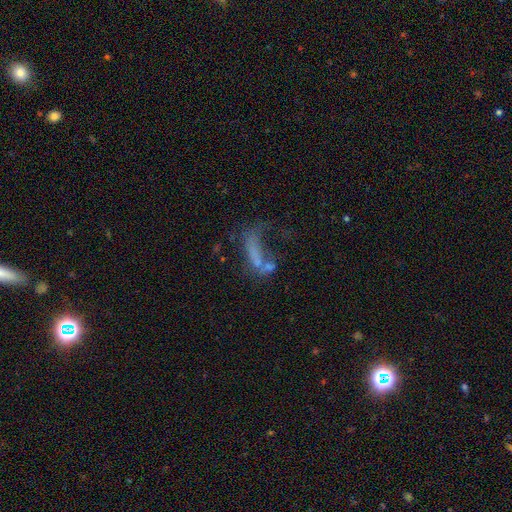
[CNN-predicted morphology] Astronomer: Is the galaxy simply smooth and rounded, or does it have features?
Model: smooth — 41% (runner-up: featured or disk, 40%).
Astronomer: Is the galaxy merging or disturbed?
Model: major disturbance — 36% (runner-up: merger, 29%).